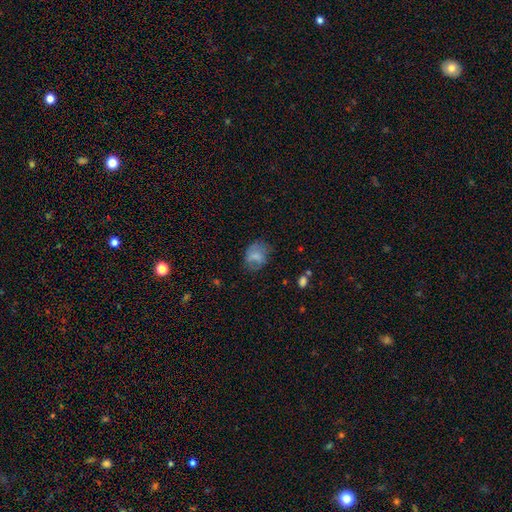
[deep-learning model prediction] A smooth galaxy with no disk features (69%) that is in between round and cigar-shaped (57%).

Vote fractions:
- Smooth or featured? smooth: 69% / featured or disk: 21% / star or artifact: 10%
- How rounded? in between: 57% / round: 42% / cigar-shaped: 1%
- Merging? none: 54% / minor disturbance: 28% / major disturbance: 16% / merger: 2%